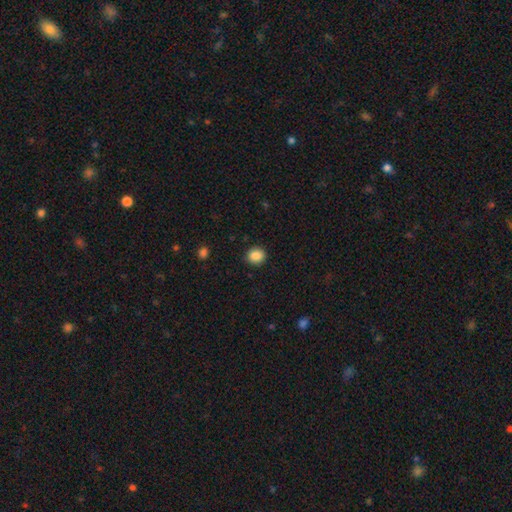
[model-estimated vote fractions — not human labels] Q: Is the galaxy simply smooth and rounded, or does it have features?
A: smooth — 87%.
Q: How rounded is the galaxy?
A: round — 72%.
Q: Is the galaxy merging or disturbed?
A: none — 89%.